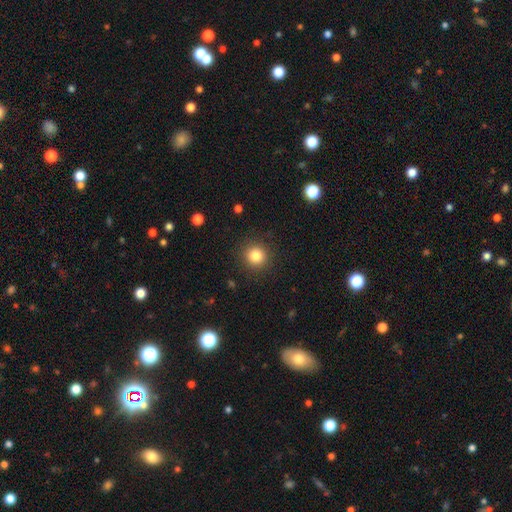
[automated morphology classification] type=smooth (83%); roundness=round (93%); merging=none (89%).